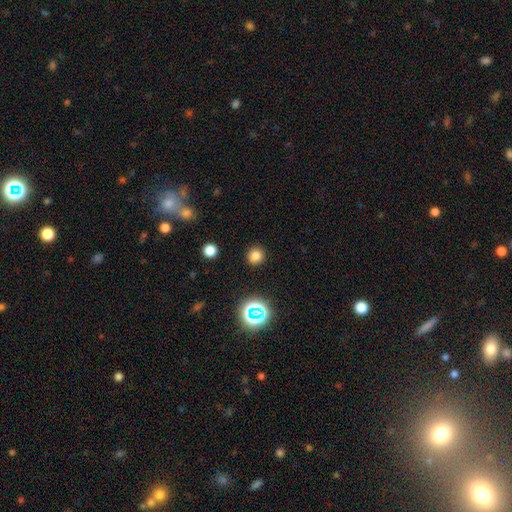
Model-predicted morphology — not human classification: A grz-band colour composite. It shows a smooth galaxy with no disk features (77%) that is round (92%). Merging: none (91%).